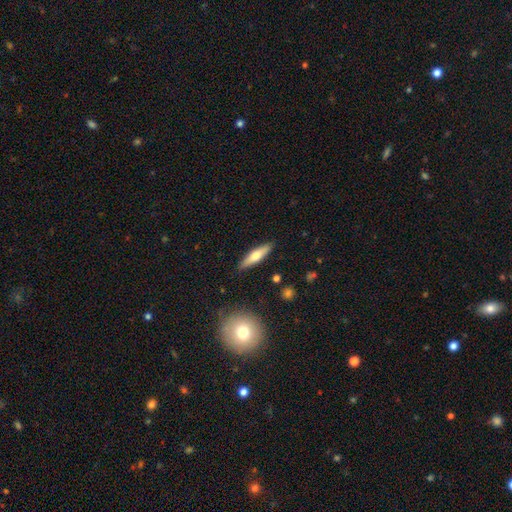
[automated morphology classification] This appears to be a smooth galaxy with no disk features (53%) that is cigar-shaped (75%). Merging: none (89%).